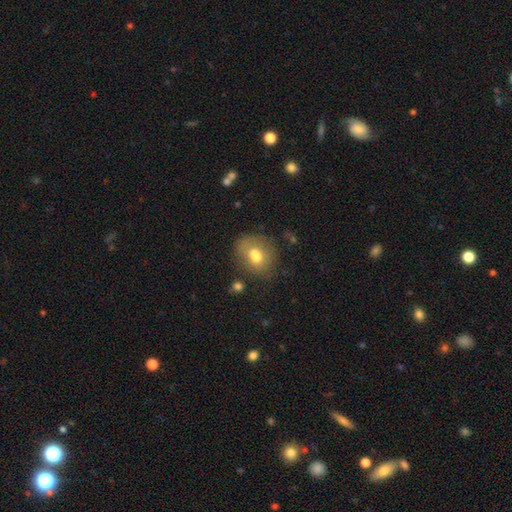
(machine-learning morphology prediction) A smooth galaxy with no disk features (69%) that is round (50%). Merging: none (48%).